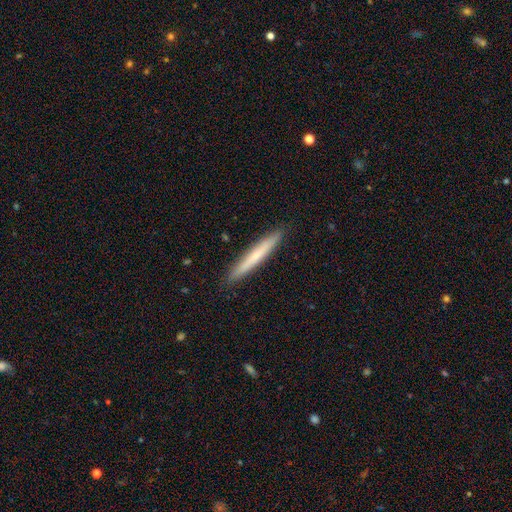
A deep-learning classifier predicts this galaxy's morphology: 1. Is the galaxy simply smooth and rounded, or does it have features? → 60% smooth, 35% featured or disk, 6% star or artifact.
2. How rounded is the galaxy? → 96% cigar-shaped, 2% in between, 1% round.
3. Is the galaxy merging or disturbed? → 92% none, 6% minor disturbance, 1% major disturbance, 1% merger.